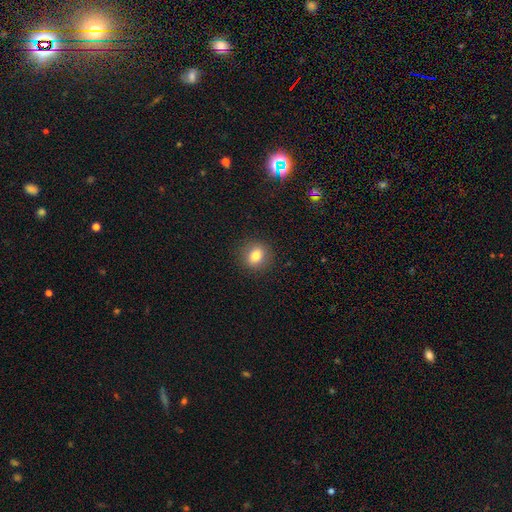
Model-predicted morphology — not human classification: This appears to be a smooth galaxy with no disk features (80%) that is round (73%). Merging: none (89%).